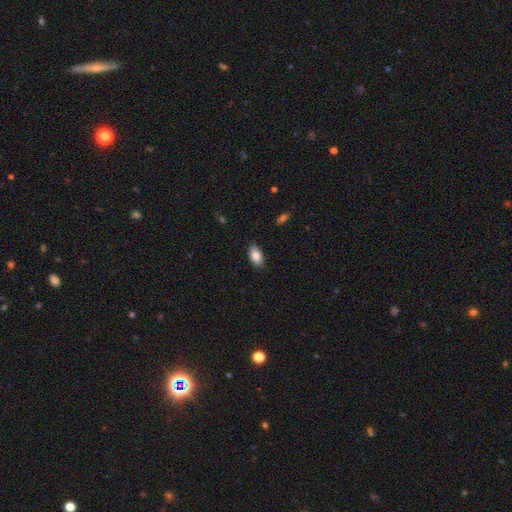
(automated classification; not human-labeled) A smooth galaxy with no disk features (83%) that is in between round and cigar-shaped (93%).

Vote fractions:
- Smooth or featured? smooth: 83% / featured or disk: 10% / star or artifact: 7%
- How rounded? in between: 93% / round: 4% / cigar-shaped: 4%
- Merging? none: 86% / minor disturbance: 11% / major disturbance: 2% / merger: 1%